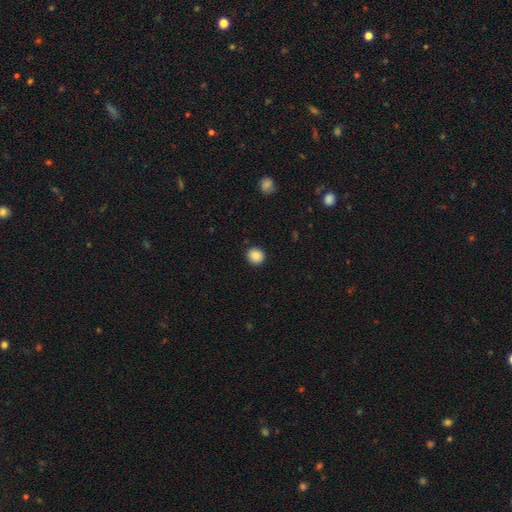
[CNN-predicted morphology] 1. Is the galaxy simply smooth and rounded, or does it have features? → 88% smooth, 9% star or artifact, 4% featured or disk.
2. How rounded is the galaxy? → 88% round, 11% in between, 1% cigar-shaped.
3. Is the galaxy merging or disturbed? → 91% none, 6% minor disturbance, 2% major disturbance, 1% merger.